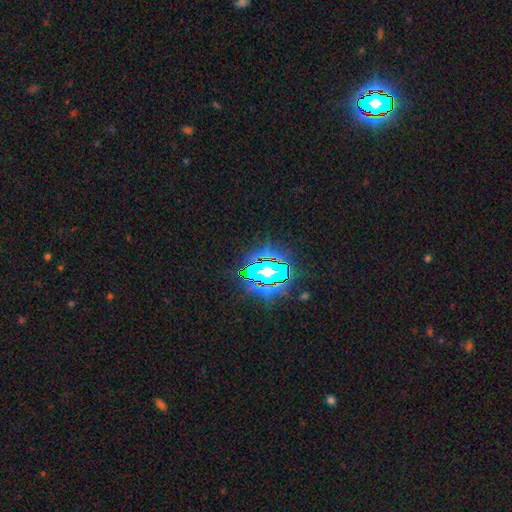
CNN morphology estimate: A star or artifact, not a galaxy (84%).